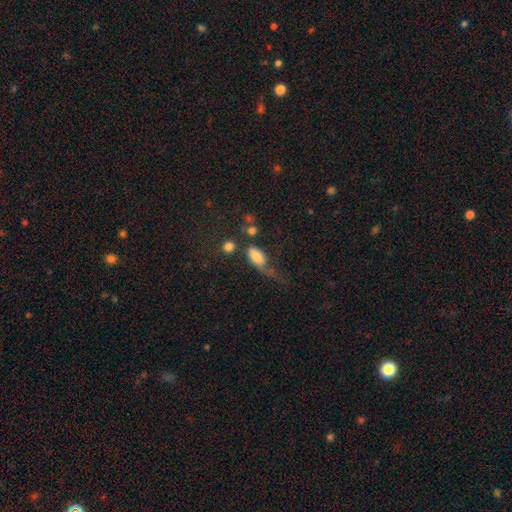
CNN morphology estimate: This appears to be a smooth galaxy with no disk features (76%) that is in between round and cigar-shaped (89%). Merging: major disturbance (39%).